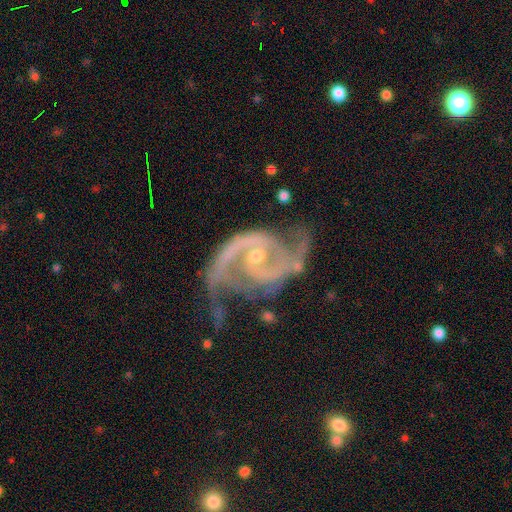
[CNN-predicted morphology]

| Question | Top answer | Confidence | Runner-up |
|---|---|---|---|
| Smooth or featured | featured or disk | 92% | star or artifact (5%) |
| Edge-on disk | no | 98% | yes (2%) |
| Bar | no | 46% | weak (38%) |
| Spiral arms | yes | 98% | no (2%) |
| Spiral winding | medium | 57% | tight (24%) |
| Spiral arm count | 2 | 89% | 3 (4%) |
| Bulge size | small | 65% | moderate (32%) |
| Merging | none | 56% | minor disturbance (24%) |